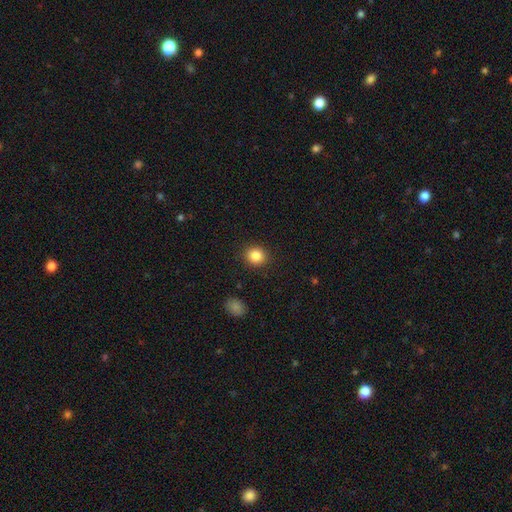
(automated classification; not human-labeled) Smooth or featured? smooth (86%)
How rounded? round (82%)
Merging? none (90%)